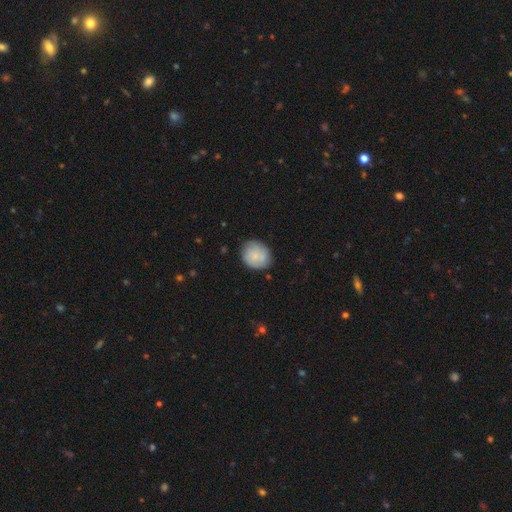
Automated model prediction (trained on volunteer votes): Morphology: type=smooth (74%); roundness=round (76%); merging=none (74%).